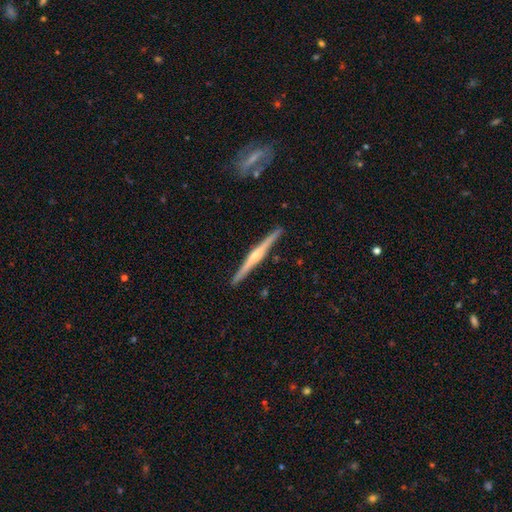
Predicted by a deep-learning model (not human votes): Q: Smooth or featured?
A: featured or disk (77%); runner-up: smooth (18%)
Q: Edge-on disk?
A: yes (98%); runner-up: no (2%)
Q: Edge-on bulge?
A: rounded (78%); runner-up: none (14%)
Q: Merging?
A: none (91%); runner-up: minor disturbance (6%)